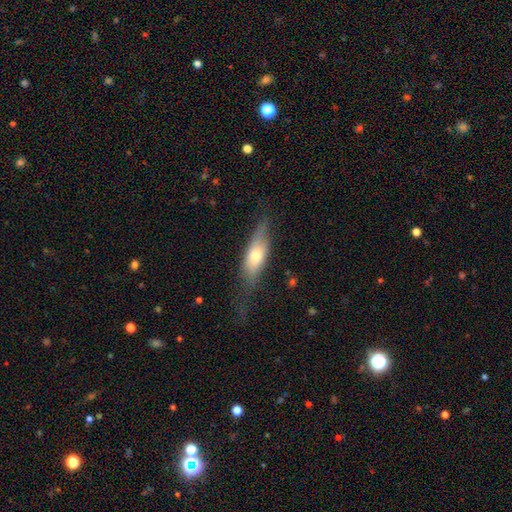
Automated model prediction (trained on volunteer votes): smooth 59%, featured or disk 33%, star or artifact 7%. Down the decision tree: how rounded — in between (66%); merging — none (54%).